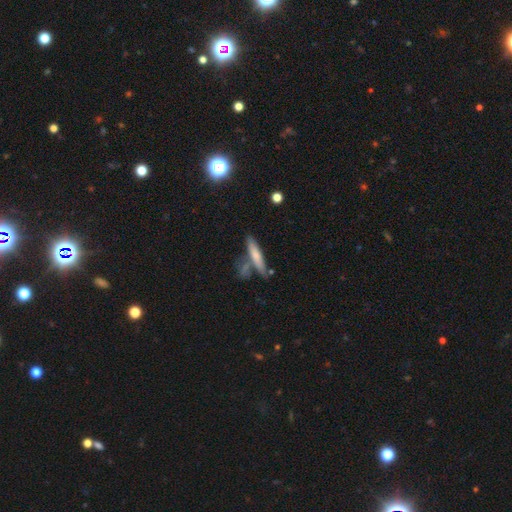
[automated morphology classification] Smooth or featured? smooth (65%)
How rounded? cigar-shaped (85%)
Merging? none (65%)